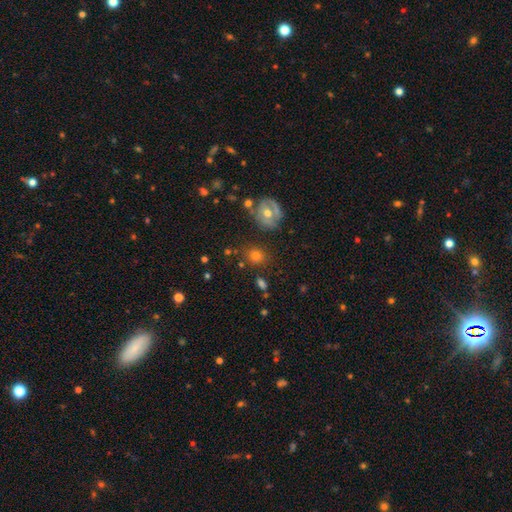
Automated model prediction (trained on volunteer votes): Overall: smooth (73%). How rounded: round (68%; in between 30%). Merging: none (76%).